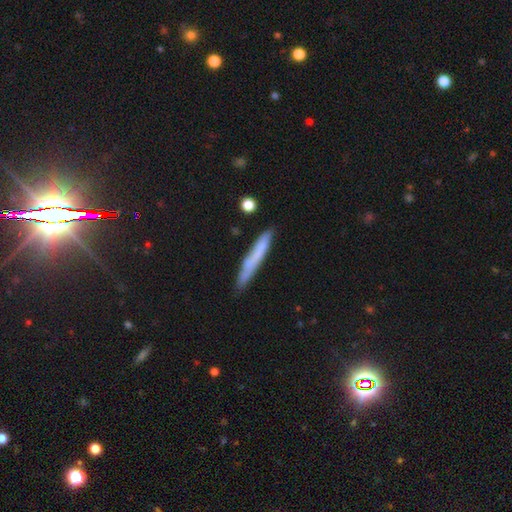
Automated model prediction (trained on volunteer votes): Morphology: type=smooth (59%); roundness=cigar-shaped (95%); merging=none (80%).